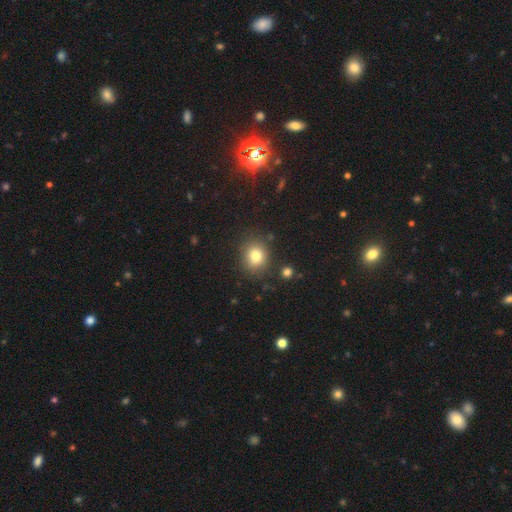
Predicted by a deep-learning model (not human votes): Overall: smooth (80%). How rounded: round (71%). Merging: none (82%).